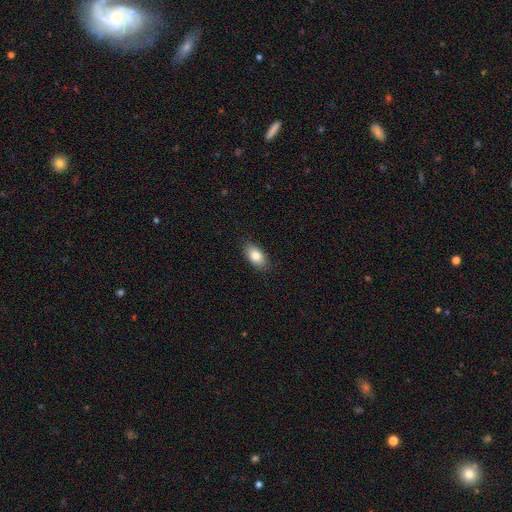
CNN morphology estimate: smooth-or-featured: smooth: 83% | featured or disk: 10% | star or artifact: 7%
  how-rounded: in between: 92% | round: 5% | cigar-shaped: 3%
  merging: none: 87% | minor disturbance: 10% | major disturbance: 2% | merger: 1%